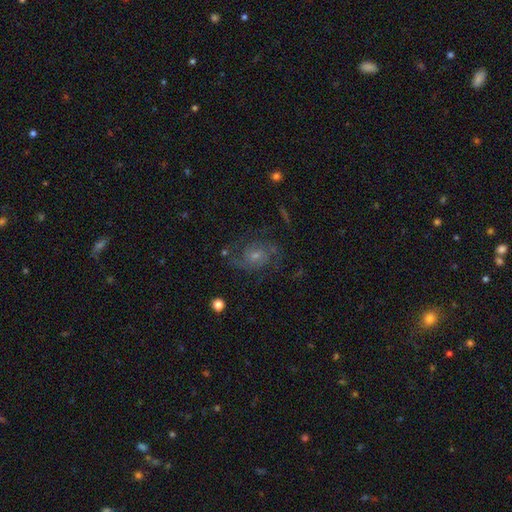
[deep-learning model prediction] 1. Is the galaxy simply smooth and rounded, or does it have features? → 74% featured or disk, 14% smooth, 12% star or artifact.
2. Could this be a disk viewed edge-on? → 97% no, 3% yes.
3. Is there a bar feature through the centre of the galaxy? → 65% no, 31% weak, 5% strong.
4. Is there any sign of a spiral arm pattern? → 91% yes, 9% no.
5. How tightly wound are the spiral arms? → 51% medium, 28% tight, 21% loose.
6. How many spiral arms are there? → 64% 2, 17% can't tell, 9% 3, 4% 1, 3% 4, 3% more than 4.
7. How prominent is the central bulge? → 55% small, 35% moderate, 5% none, 4% large, 1% dominant.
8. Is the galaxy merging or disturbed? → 66% none, 17% minor disturbance, 14% major disturbance, 2% merger.